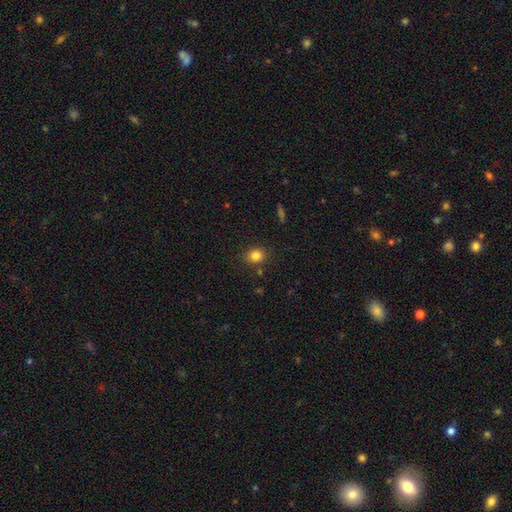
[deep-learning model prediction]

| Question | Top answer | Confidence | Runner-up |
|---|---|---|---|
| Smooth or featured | smooth | 82% | star or artifact (12%) |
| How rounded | round | 66% | in between (33%) |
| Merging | none | 84% | minor disturbance (10%) |